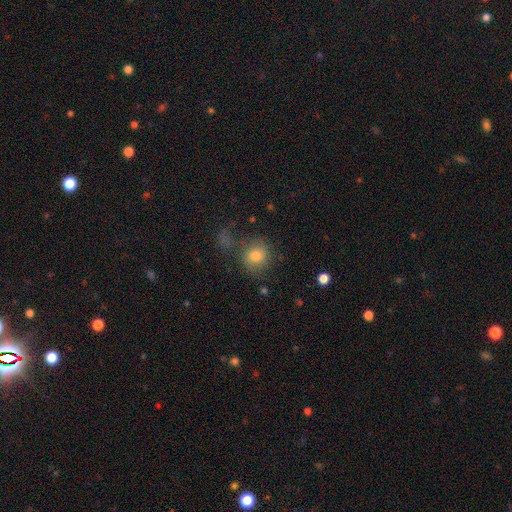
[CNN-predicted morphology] This is likely a smooth galaxy (78%). How rounded: clearly round (83%). Merging: likely none (64%).